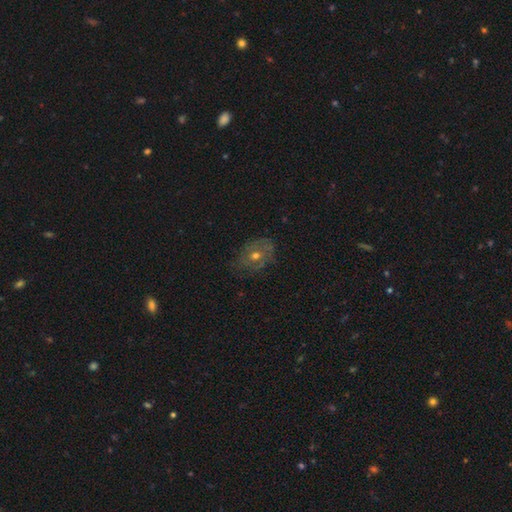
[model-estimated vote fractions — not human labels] smooth-or-featured: featured or disk: 58% | smooth: 27% | star or artifact: 15%
  disk-edge-on: no: 95% | yes: 5%
    bar: no: 74% | weak: 21% | strong: 5%
    has-spiral-arms: yes: 65% | no: 35%
    bulge-size: moderate: 68% | small: 27% | large: 3% | none: 1% | dominant: 1%
  merging: none: 70% | minor disturbance: 20% | major disturbance: 8% | merger: 1%